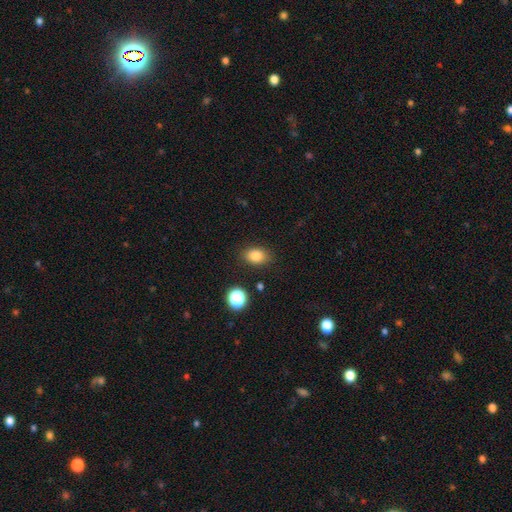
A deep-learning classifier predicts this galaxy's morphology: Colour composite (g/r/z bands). It shows a smooth galaxy with no disk features (83%) that is in between round and cigar-shaped (75%). Merging: none (85%).